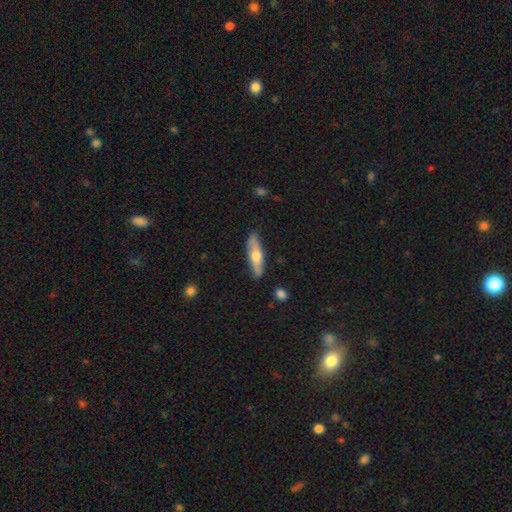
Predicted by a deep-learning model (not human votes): Overall: smooth (53%; featured or disk 41%). How rounded: cigar-shaped (63%; in between 34%). Merging: none (86%).